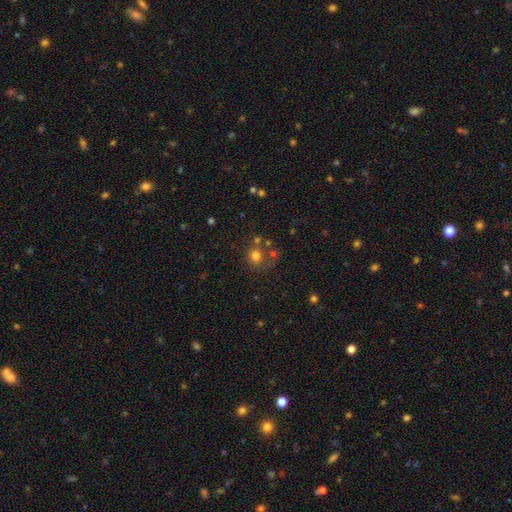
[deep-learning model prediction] smooth_or_featured: smooth (p=0.73) [alt: star or artifact p=0.16]
how_rounded: round (p=0.85) [alt: in between p=0.14]
merging: none (p=0.58) [alt: merger p=0.20]